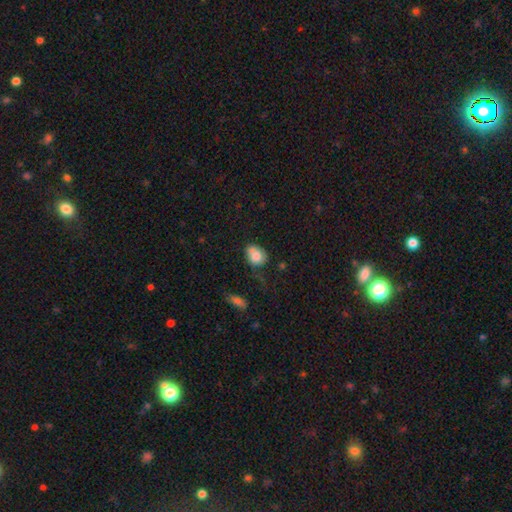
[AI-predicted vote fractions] Morphology: type=smooth (78%); roundness=in between (56%); merging=none (46%).